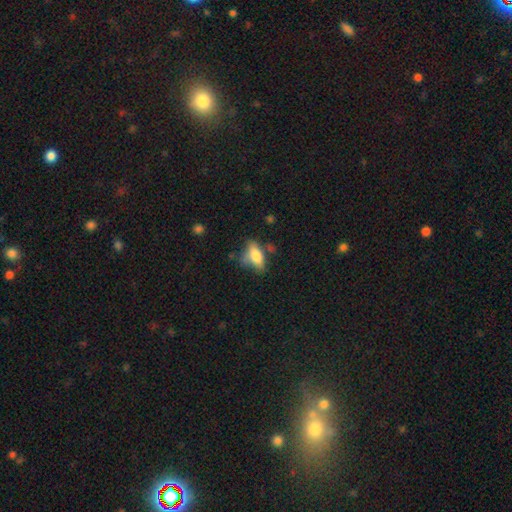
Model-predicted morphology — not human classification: smooth-or-featured: smooth: 74% | featured or disk: 18% | star or artifact: 9%
  how-rounded: in between: 83% | cigar-shaped: 12% | round: 5%
  merging: none: 49% | minor disturbance: 28% | major disturbance: 15% | merger: 9%